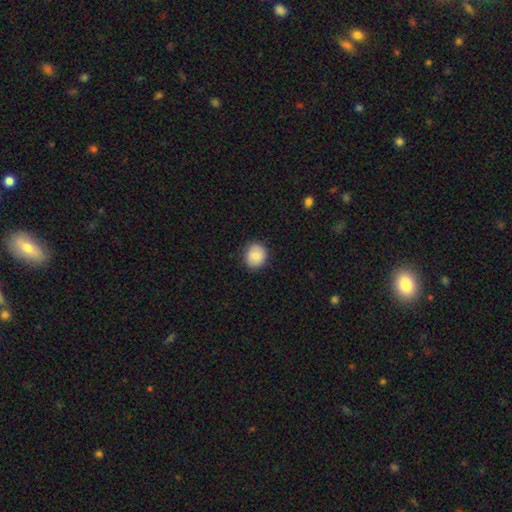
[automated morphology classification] The model was most divided on "how rounded": round: 78%, in between: 21%, cigar-shaped: 1%. More confident: merging — none (87%); smooth or featured — smooth (85%).